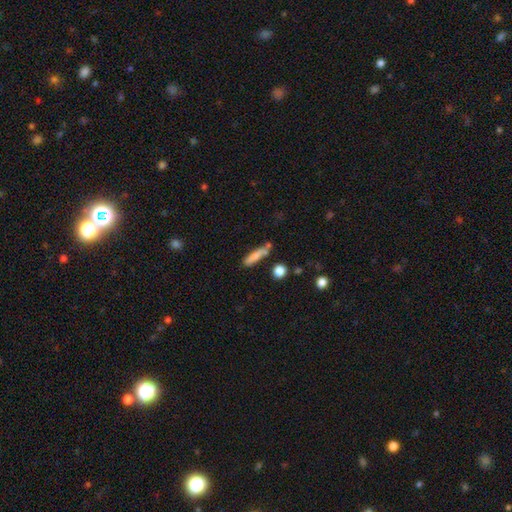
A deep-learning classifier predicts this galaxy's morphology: Smooth or featured? Predicted: smooth (p=0.75). How rounded? Predicted: cigar-shaped (p=0.79). Merging? Predicted: none (p=0.65).